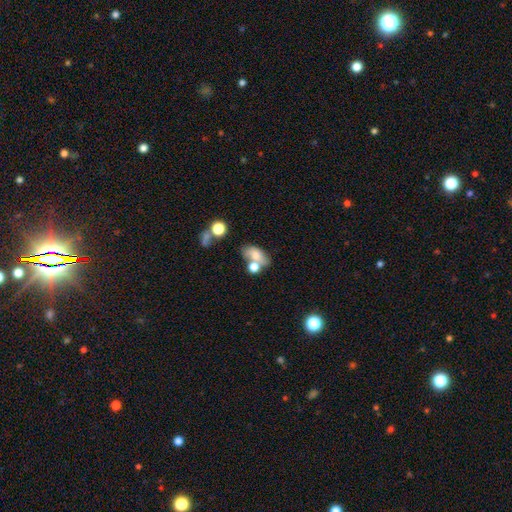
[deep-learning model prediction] smooth-or-featured: smooth: 69% | featured or disk: 20% | star or artifact: 11%
  how-rounded: in between: 82% | round: 14% | cigar-shaped: 4%
  merging: none: 37% | merger: 36% | minor disturbance: 16% | major disturbance: 10%